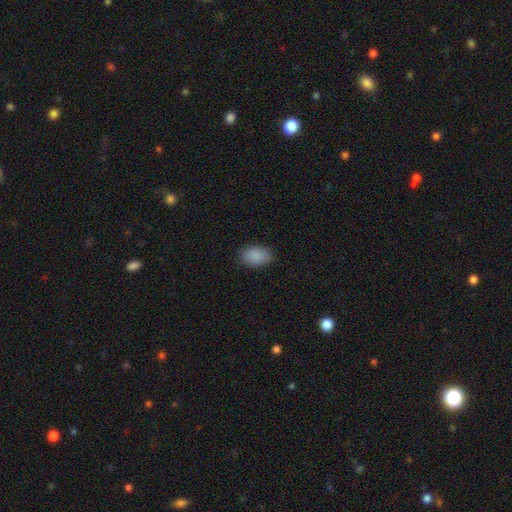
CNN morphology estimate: Smooth or featured? smooth (89%)
How rounded? in between (89%)
Merging? none (86%)